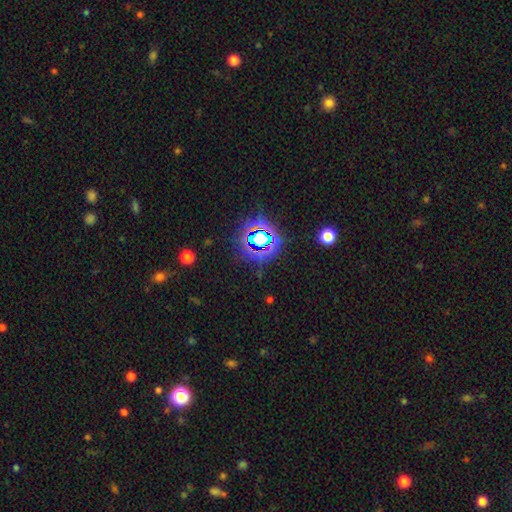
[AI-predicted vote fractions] Morphology: type=star or artifact (66%).